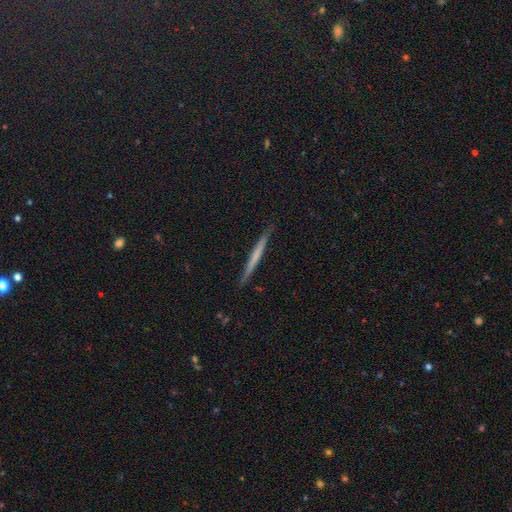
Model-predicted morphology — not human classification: Smooth or featured: smooth — 48% (featured or disk — 46%)
Merging: none — 90% (minor disturbance — 7%)